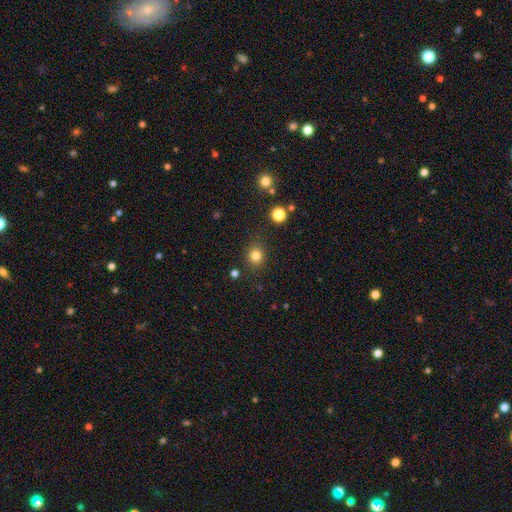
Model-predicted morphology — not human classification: Smooth or featured? Predicted: smooth (p=0.81). How rounded? Predicted: round (p=0.76). Merging? Predicted: none (p=0.86).